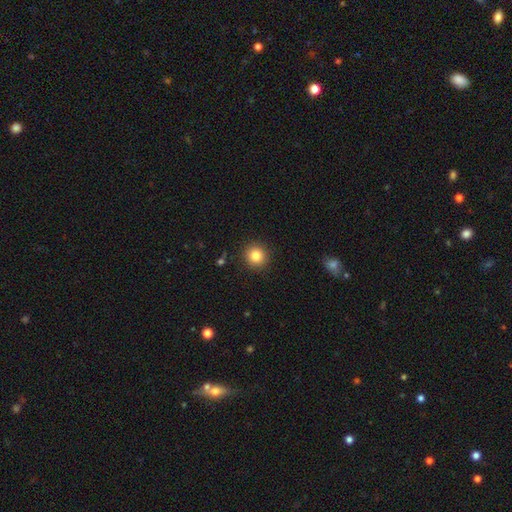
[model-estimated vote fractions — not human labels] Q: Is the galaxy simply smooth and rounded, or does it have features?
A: smooth — 83%.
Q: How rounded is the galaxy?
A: round — 92%.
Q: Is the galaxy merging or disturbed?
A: none — 91%.